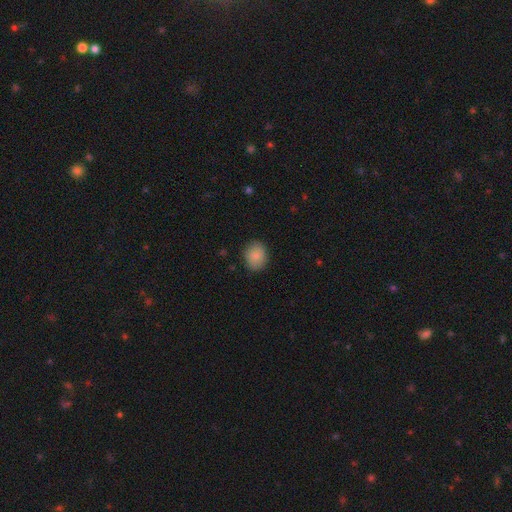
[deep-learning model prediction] A smooth galaxy with no disk features (88%) that is round (60%). Merging: none (86%).